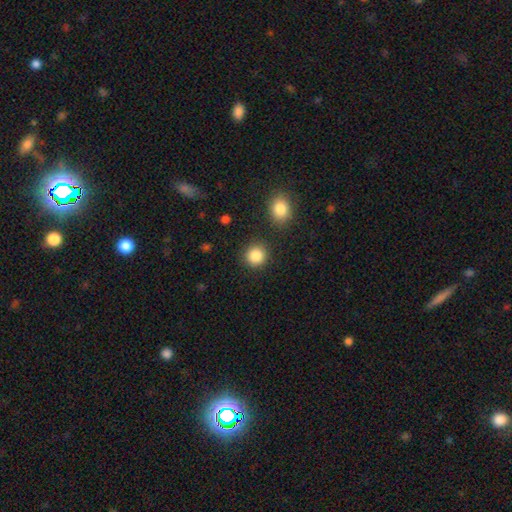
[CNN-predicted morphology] This appears to be a smooth galaxy with no disk features (86%) that is round (90%). Merging: none (87%).